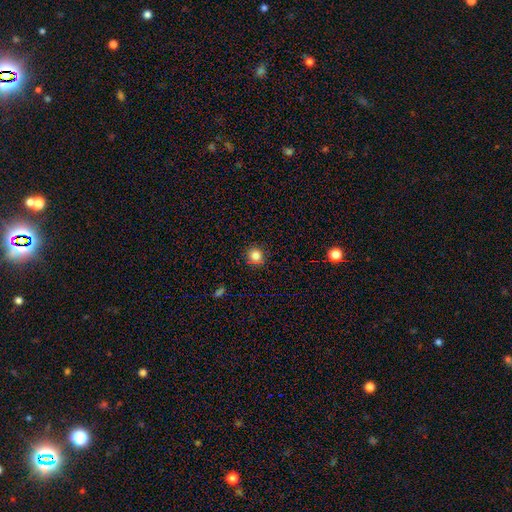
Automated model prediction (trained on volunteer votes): Q: Smooth or featured?
A: smooth (82%); runner-up: star or artifact (14%)
Q: How rounded?
A: round (91%); runner-up: in between (8%)
Q: Merging?
A: none (88%); runner-up: minor disturbance (8%)